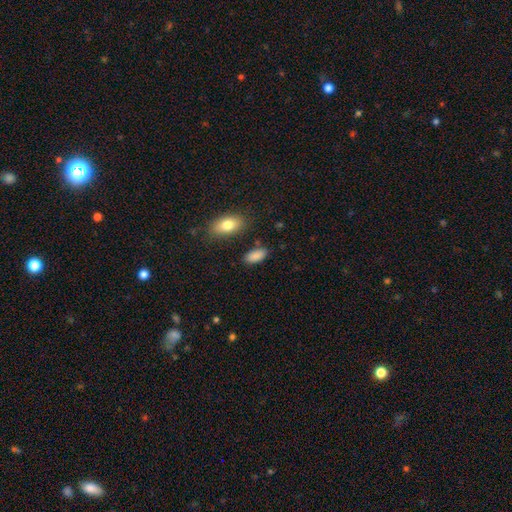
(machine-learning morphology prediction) Overall: smooth (88%). How rounded: in between (90%). Merging: none (81%).